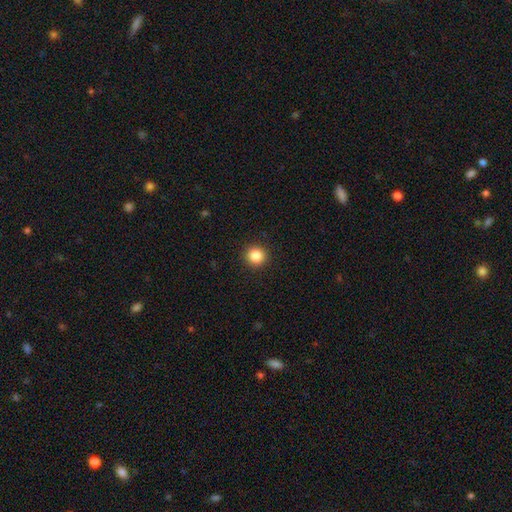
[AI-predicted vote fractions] This appears to be a smooth galaxy with no disk features (86%) that is round (94%). Merging: none (93%).